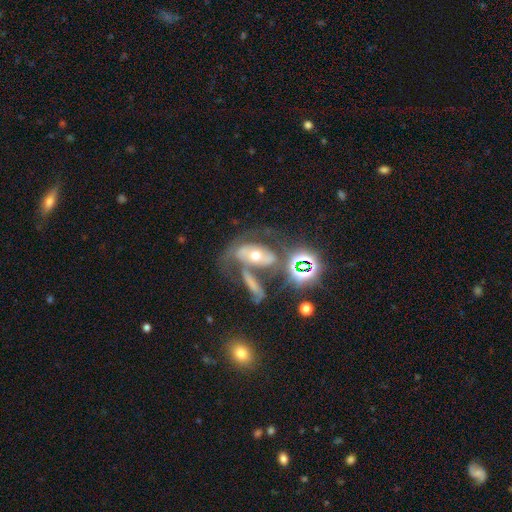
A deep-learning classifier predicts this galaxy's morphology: A featured or disk galaxy (52%). Merging: none (34%).